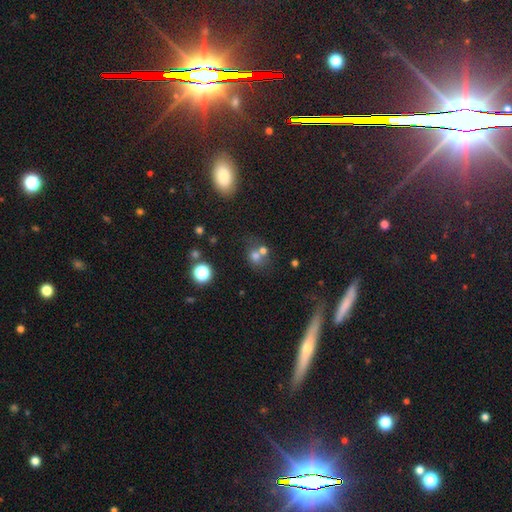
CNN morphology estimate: This appears to be a smooth galaxy with no disk features (64%) that is round (75%). Merging: merger (46%).